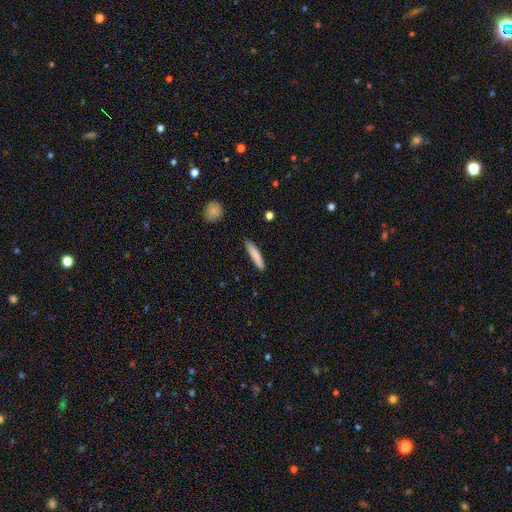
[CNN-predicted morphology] This appears to be a smooth galaxy with no disk features (82%) that is cigar-shaped (88%). Merging: none (85%).